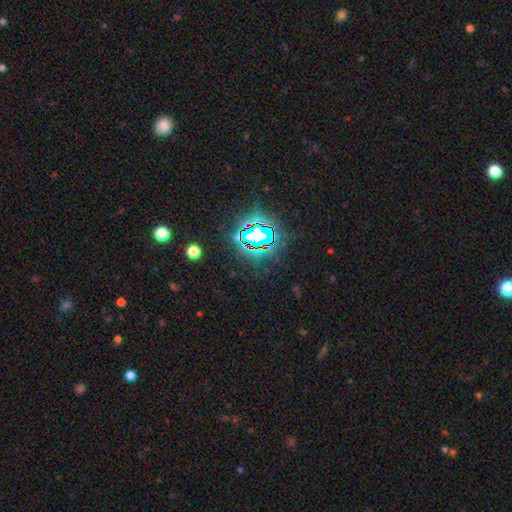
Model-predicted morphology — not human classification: smooth-or-featured: star or artifact: 81% | smooth: 11% | featured or disk: 8%